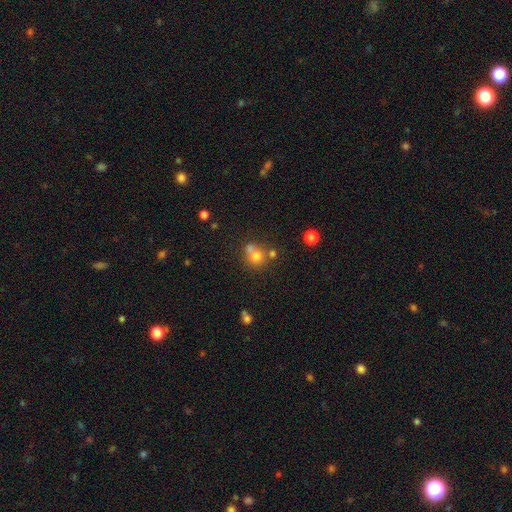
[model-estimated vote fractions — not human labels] Morphology: type=smooth (71%); roundness=round (79%); merging=merger (43%).